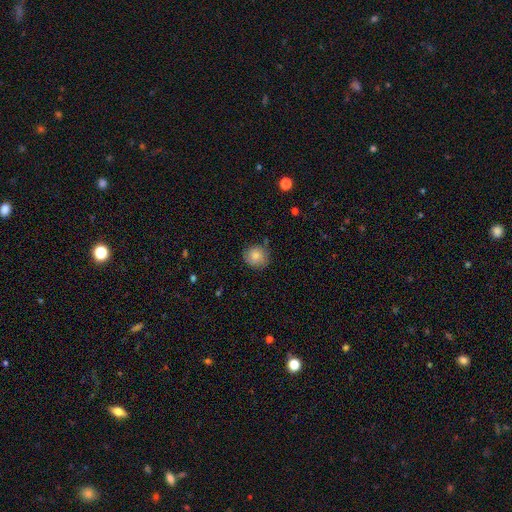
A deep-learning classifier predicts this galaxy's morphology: Q: Smooth or featured?
A: smooth (81%); runner-up: featured or disk (10%)
Q: How rounded?
A: round (88%); runner-up: in between (11%)
Q: Merging?
A: none (78%); runner-up: minor disturbance (17%)